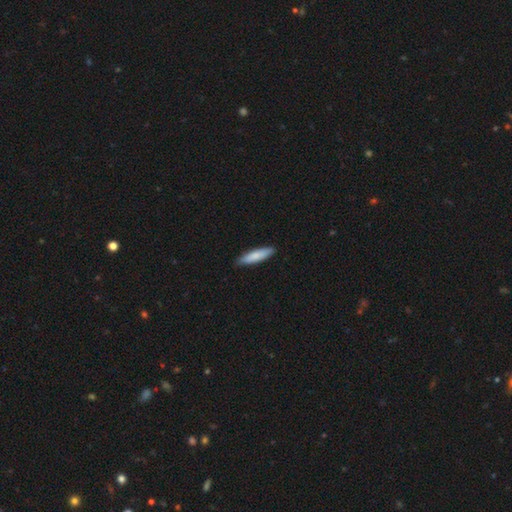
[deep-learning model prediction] A smooth galaxy with no disk features (82%) that is cigar-shaped (76%).

Vote fractions:
- Smooth or featured? smooth: 82% / featured or disk: 13% / star or artifact: 5%
- How rounded? cigar-shaped: 76% / in between: 23% / round: 1%
- Merging? none: 87% / minor disturbance: 10% / major disturbance: 1% / merger: 1%